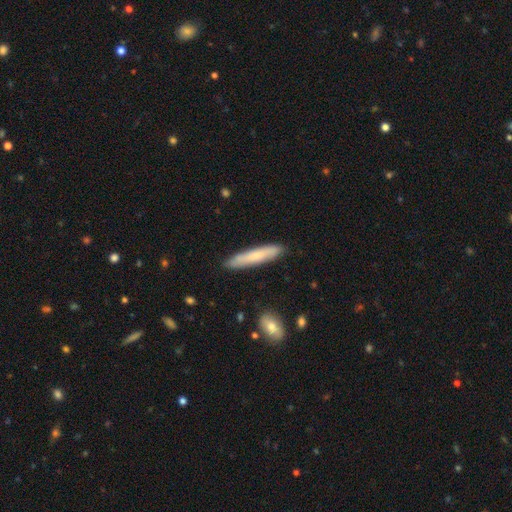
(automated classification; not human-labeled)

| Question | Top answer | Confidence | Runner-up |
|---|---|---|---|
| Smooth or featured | smooth | 66% | featured or disk (28%) |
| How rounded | cigar-shaped | 92% | in between (7%) |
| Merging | none | 88% | minor disturbance (9%) |